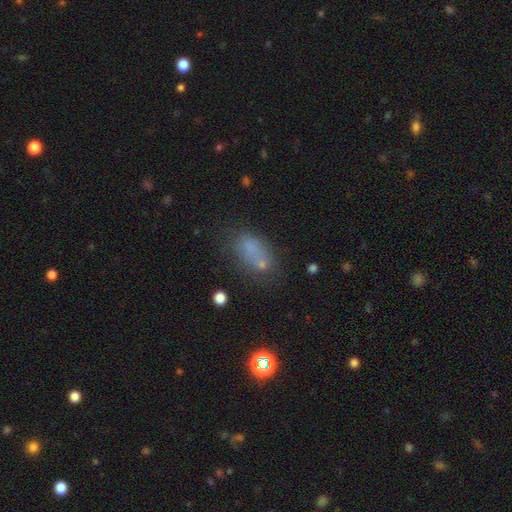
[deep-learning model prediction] Smooth or featured?
  - smooth: 65% *
  - star or artifact: 20%
  - featured or disk: 15%
How rounded?
  - in between: 82% *
  - round: 12%
  - cigar-shaped: 6%
Merging?
  - none: 51% *
  - merger: 20%
  - minor disturbance: 18%
  - major disturbance: 11%